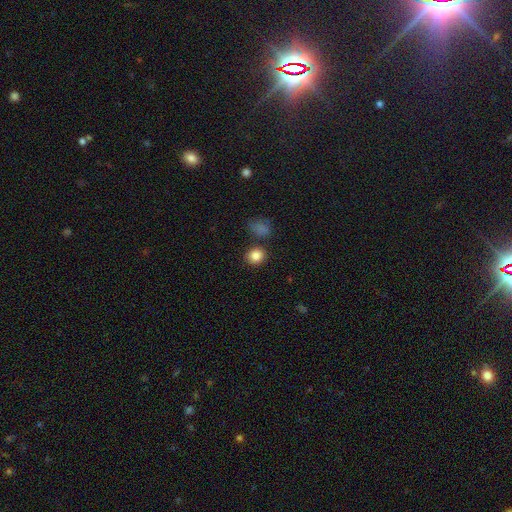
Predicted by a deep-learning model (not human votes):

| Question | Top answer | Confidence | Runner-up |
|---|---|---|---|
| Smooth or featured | smooth | 85% | star or artifact (10%) |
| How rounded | round | 72% | in between (27%) |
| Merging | none | 80% | minor disturbance (10%) |